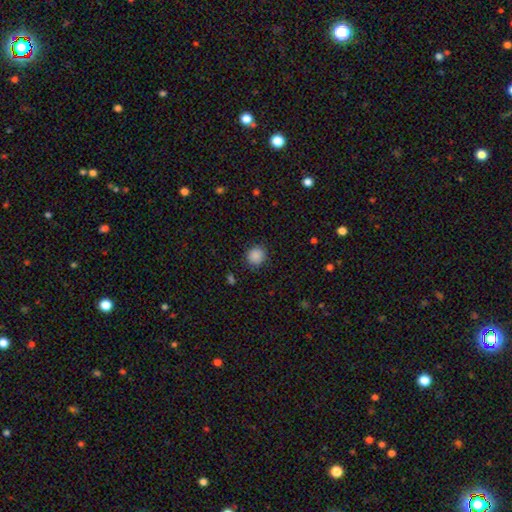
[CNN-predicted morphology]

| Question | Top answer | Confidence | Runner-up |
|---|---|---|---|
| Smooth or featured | smooth | 87% | star or artifact (10%) |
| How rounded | round | 87% | in between (12%) |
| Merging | none | 87% | minor disturbance (9%) |